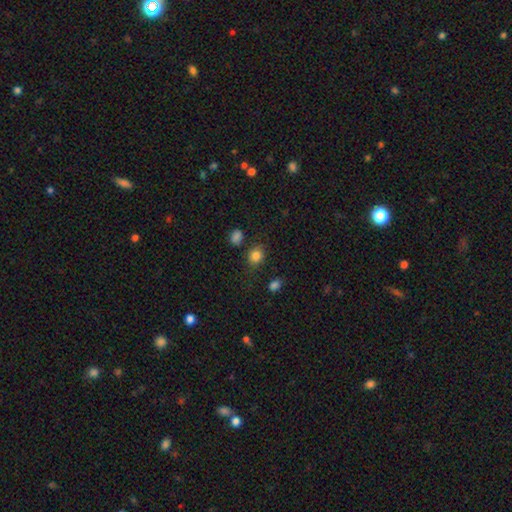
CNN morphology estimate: A smooth galaxy with no disk features (84%) that is round (64%).

Vote fractions:
- Smooth or featured? smooth: 84% / star or artifact: 11% / featured or disk: 5%
- How rounded? round: 64% / in between: 35% / cigar-shaped: 1%
- Merging? none: 79% / minor disturbance: 13% / merger: 5% / major disturbance: 4%